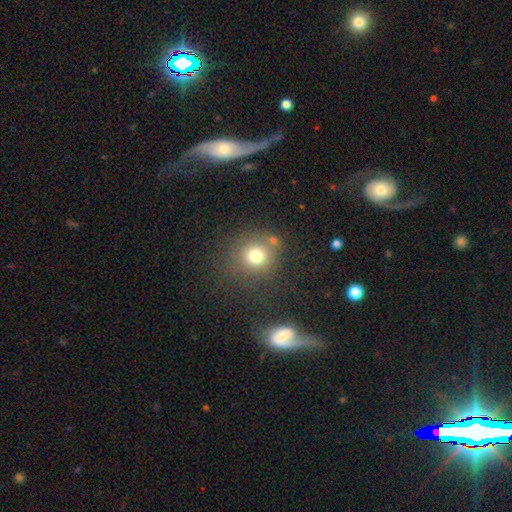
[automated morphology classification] This appears to be a smooth galaxy with no disk features (75%) that is round (87%). Merging: none (72%).